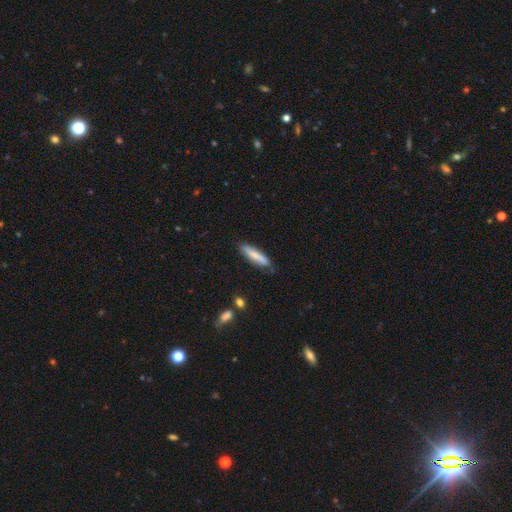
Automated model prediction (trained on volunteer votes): Smooth or featured? smooth (70%)
How rounded? cigar-shaped (79%)
Merging? none (76%)